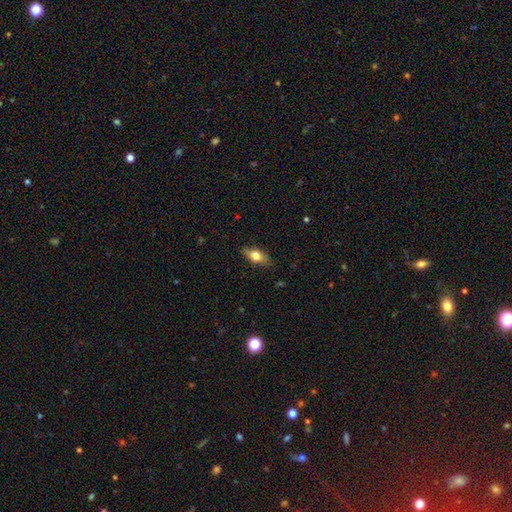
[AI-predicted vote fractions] Smooth or featured? smooth (69%)
How rounded? in between (80%)
Merging? none (82%)